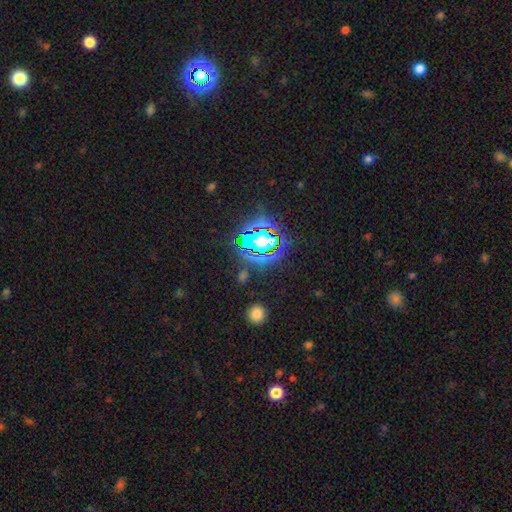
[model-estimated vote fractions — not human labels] A star or artifact, not a galaxy (82%).

Vote fractions:
- Smooth or featured? star or artifact: 82% / smooth: 11% / featured or disk: 7%